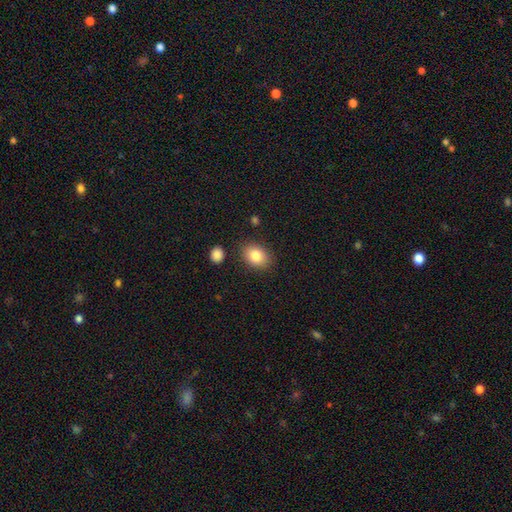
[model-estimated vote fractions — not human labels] Smooth or featured? Predicted: smooth (p=0.84). How rounded? Predicted: in between (p=0.69). Merging? Predicted: none (p=0.84).